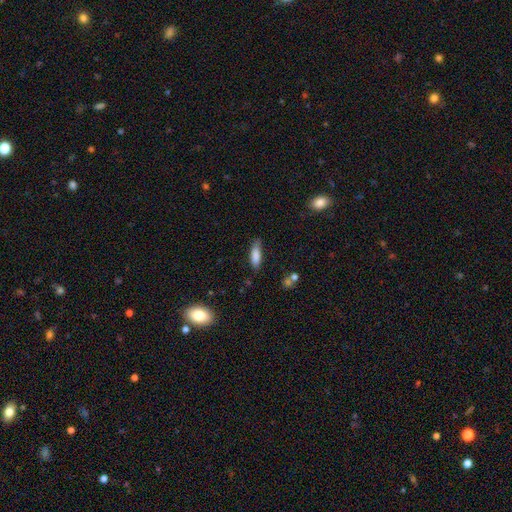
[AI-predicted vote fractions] This is clearly a smooth galaxy (83%). How rounded: possibly in between (51%). Merging: likely none (71%).